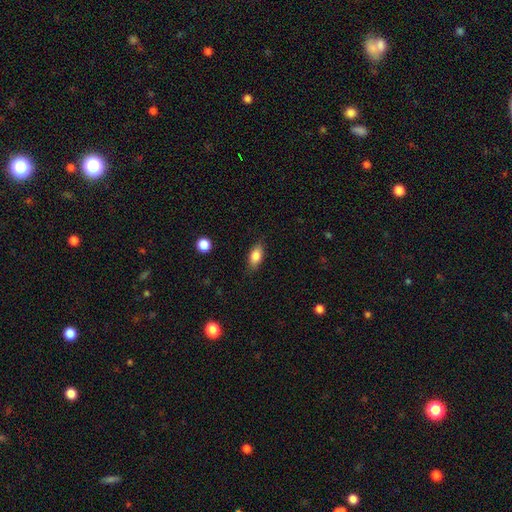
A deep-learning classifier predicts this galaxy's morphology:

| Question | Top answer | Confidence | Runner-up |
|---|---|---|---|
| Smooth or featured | smooth | 82% | featured or disk (10%) |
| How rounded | in between | 86% | cigar-shaped (8%) |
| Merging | none | 84% | minor disturbance (12%) |